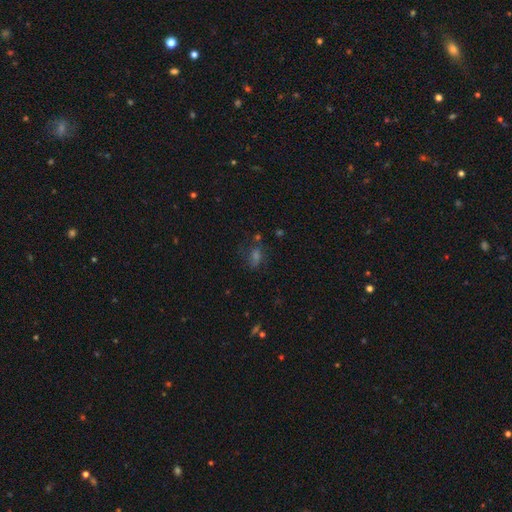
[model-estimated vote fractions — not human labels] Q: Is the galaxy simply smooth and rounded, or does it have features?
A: smooth — 44%.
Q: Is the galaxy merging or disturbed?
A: none — 64%.